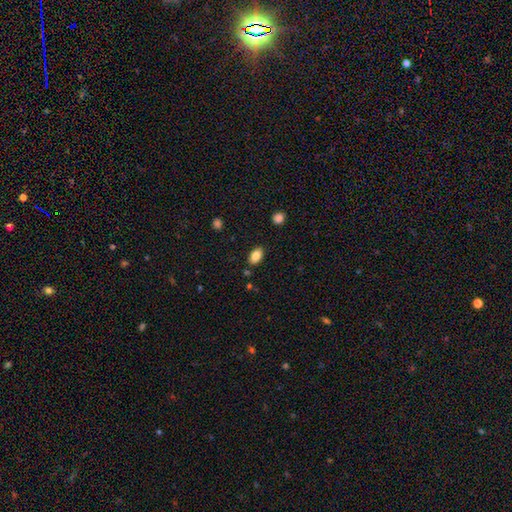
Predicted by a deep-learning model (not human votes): Smooth or featured: smooth — 85% (star or artifact — 8%)
How rounded: in between — 91% (round — 7%)
Merging: none — 85% (minor disturbance — 10%)